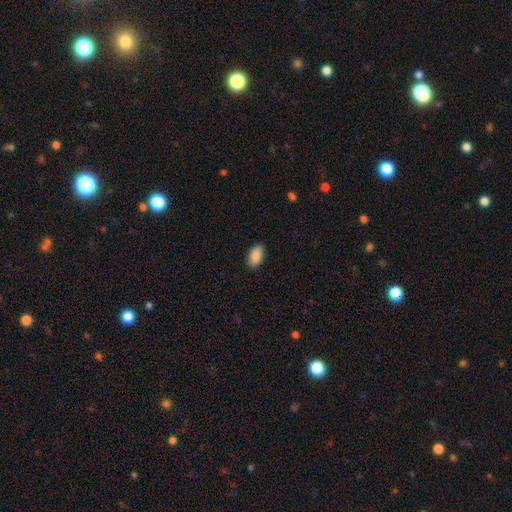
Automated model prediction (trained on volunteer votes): A smooth galaxy with no disk features (88%) that is in between round and cigar-shaped (93%).

Vote fractions:
- Smooth or featured? smooth: 88% / star or artifact: 6% / featured or disk: 5%
- How rounded? in between: 93% / cigar-shaped: 4% / round: 3%
- Merging? none: 87% / minor disturbance: 10% / major disturbance: 2% / merger: 1%